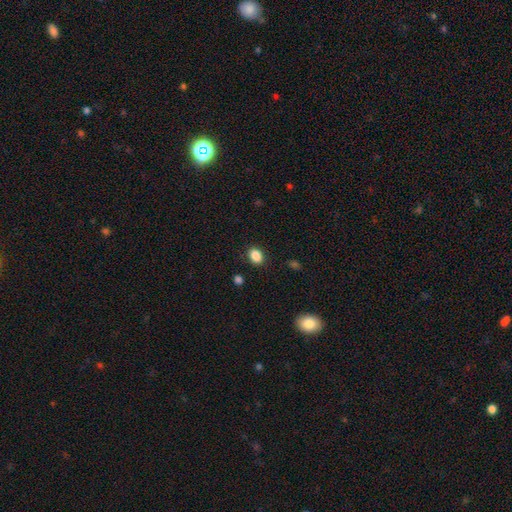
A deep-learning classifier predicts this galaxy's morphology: Q: Smooth or featured?
A: smooth (87%); runner-up: star or artifact (9%)
Q: How rounded?
A: in between (64%); runner-up: round (35%)
Q: Merging?
A: none (87%); runner-up: minor disturbance (9%)